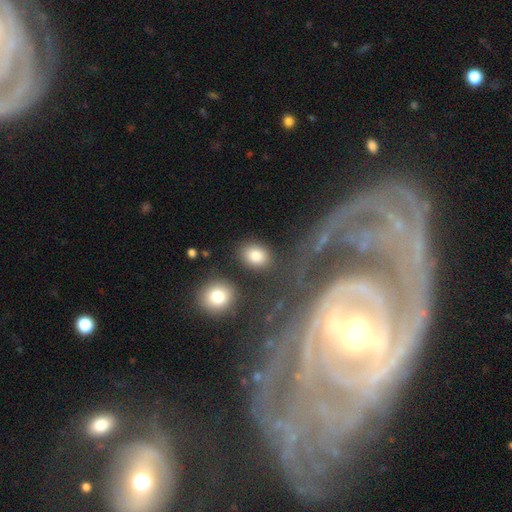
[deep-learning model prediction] This is clearly a smooth galaxy (83%). How rounded: likely in between (63%). Merging: clearly none (80%).